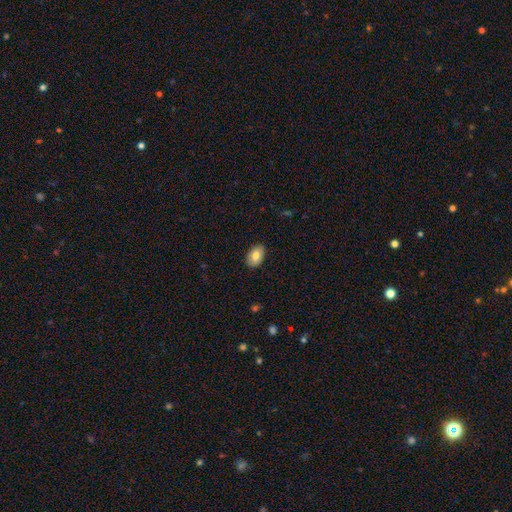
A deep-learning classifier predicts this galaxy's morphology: Overall: smooth (80%). How rounded: in between (91%). Merging: none (87%).